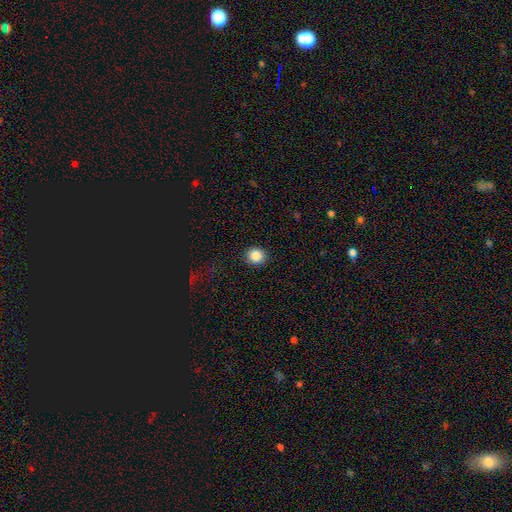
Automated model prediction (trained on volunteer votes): smooth_or_featured: smooth (p=0.86) [alt: star or artifact p=0.10]
how_rounded: round (p=0.86) [alt: in between p=0.13]
merging: none (p=0.91) [alt: minor disturbance p=0.06]